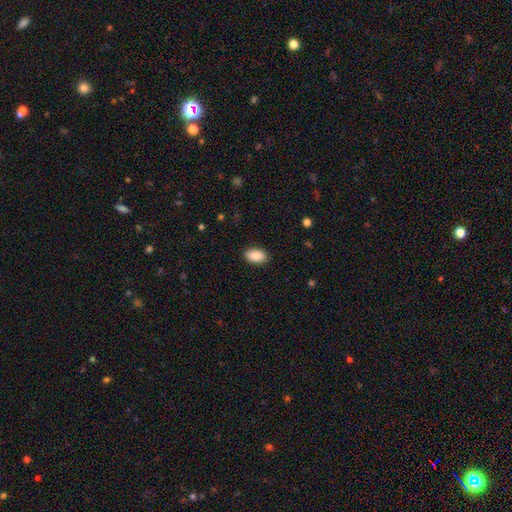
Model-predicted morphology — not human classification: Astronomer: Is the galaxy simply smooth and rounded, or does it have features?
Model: smooth — 89%.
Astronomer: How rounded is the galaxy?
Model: in between — 94%.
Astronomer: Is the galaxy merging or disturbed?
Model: none — 89%.